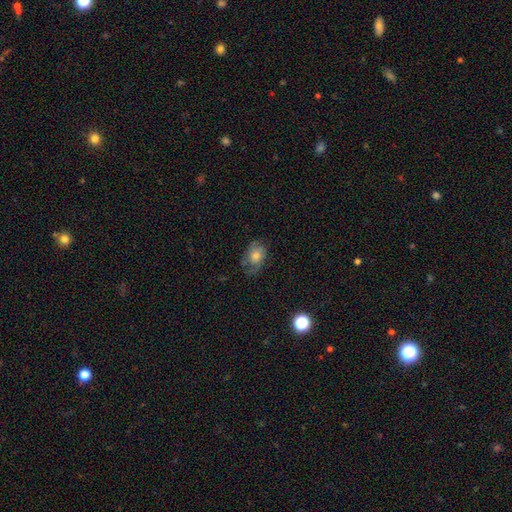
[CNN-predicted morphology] The model was most divided on "smooth or featured": smooth: 46%, featured or disk: 41%, star or artifact: 12%. More confident: merging — none (62%).